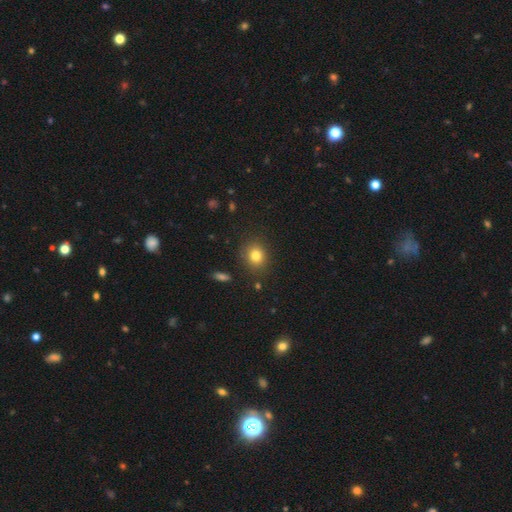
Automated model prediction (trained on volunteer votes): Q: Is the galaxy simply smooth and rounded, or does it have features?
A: smooth — 81%.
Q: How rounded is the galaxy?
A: round — 75%.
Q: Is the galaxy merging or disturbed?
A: none — 85%.